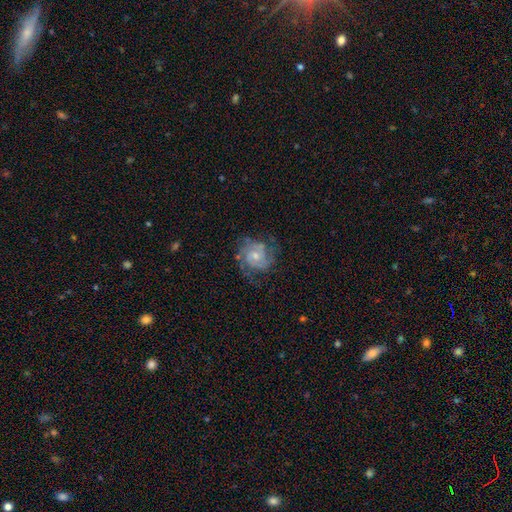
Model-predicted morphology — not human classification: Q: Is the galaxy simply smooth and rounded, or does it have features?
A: featured or disk — 76%.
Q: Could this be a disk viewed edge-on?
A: no — 98%.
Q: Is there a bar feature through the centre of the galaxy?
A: no — 67%.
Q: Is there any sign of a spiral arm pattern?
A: yes — 90%.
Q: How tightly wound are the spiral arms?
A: tight — 50%.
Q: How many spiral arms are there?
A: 2 — 47%.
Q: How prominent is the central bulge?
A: small — 49%.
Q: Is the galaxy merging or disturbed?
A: none — 61%.